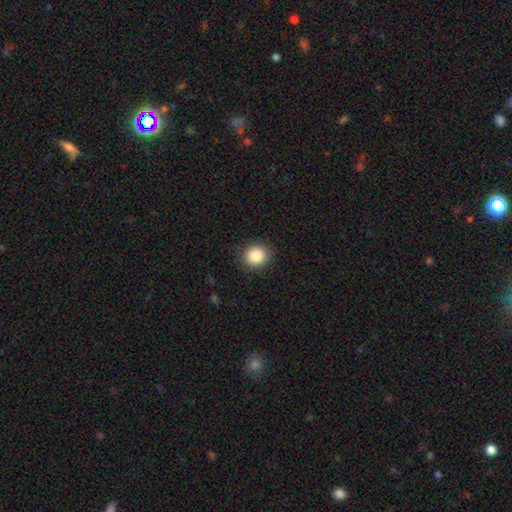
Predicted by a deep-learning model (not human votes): Overall: smooth (87%). How rounded: round (77%). Merging: none (89%).